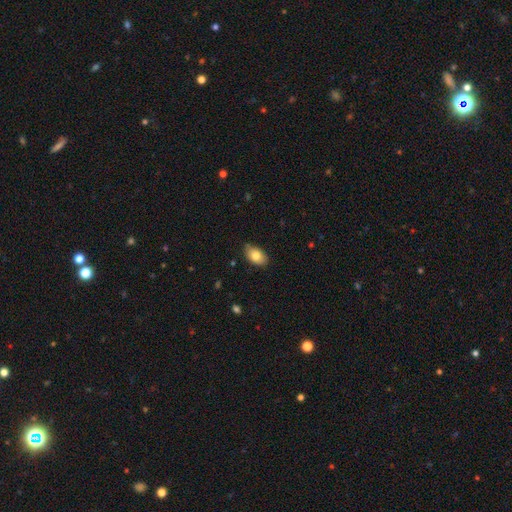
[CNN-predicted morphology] Overall: smooth (81%). How rounded: in between (91%). Merging: none (81%).